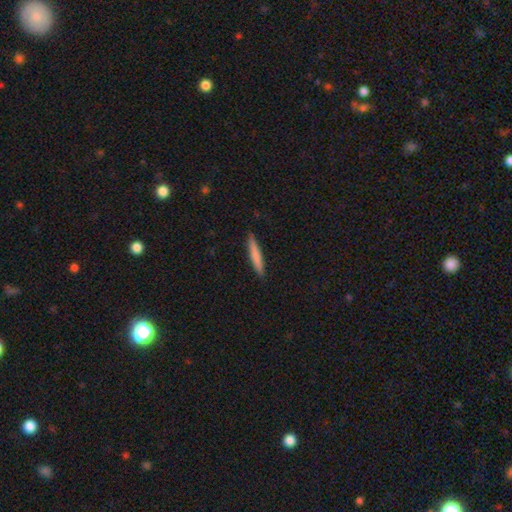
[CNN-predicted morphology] smooth-or-featured: smooth: 75% | featured or disk: 20% | star or artifact: 5%
  how-rounded: cigar-shaped: 94% | in between: 5% | round: 1%
  merging: none: 90% | minor disturbance: 7% | major disturbance: 1% | merger: 1%